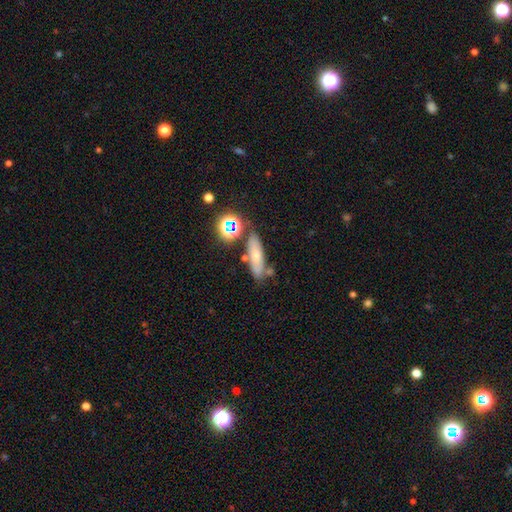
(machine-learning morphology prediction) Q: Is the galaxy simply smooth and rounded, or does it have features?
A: smooth — 60%.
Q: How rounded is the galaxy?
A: cigar-shaped — 50%.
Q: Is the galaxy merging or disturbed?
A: none — 71%.